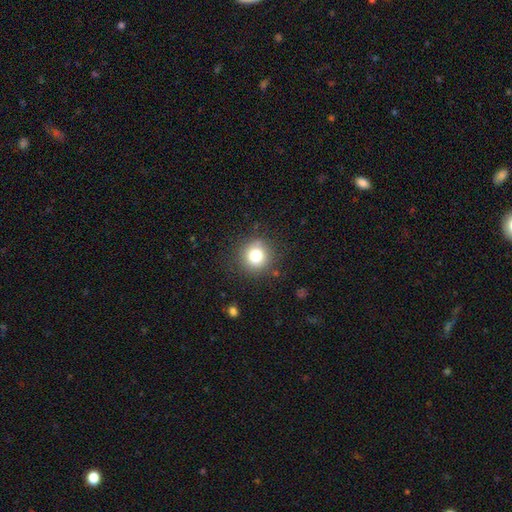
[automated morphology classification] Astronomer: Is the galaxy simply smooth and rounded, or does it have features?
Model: smooth — 77%.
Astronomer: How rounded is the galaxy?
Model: round — 93%.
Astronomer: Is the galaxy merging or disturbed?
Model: none — 87%.